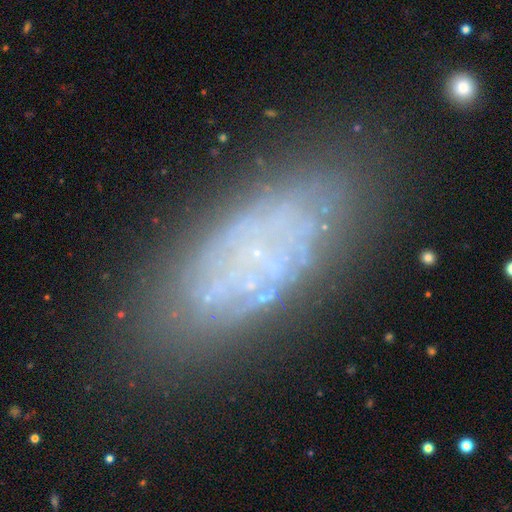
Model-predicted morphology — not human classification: Smooth or featured: featured or disk — 53% (smooth — 30%)
Edge-on disk: no — 83% (yes — 17%)
Merging: none — 70% (minor disturbance — 17%)